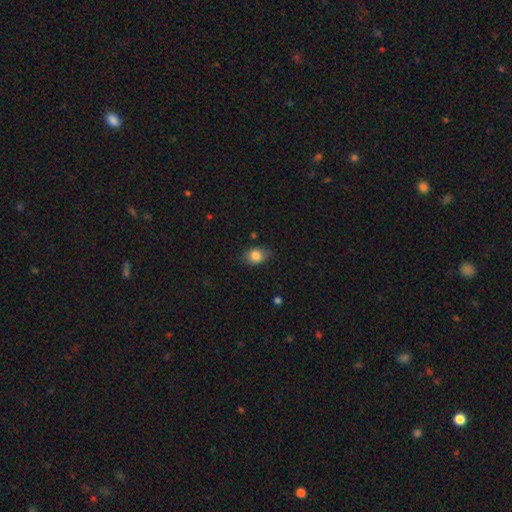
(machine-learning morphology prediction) This appears to be a smooth galaxy with no disk features (82%) that is in between round and cigar-shaped (62%). Merging: none (77%).